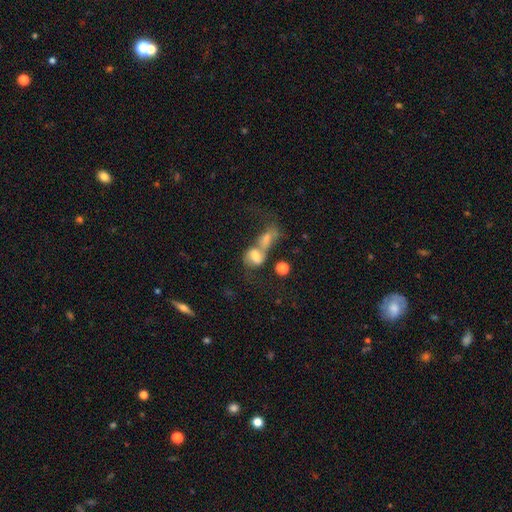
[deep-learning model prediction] This appears to be a smooth galaxy with no disk features (51%) that is in between round and cigar-shaped (61%). Merging: merger (68%).